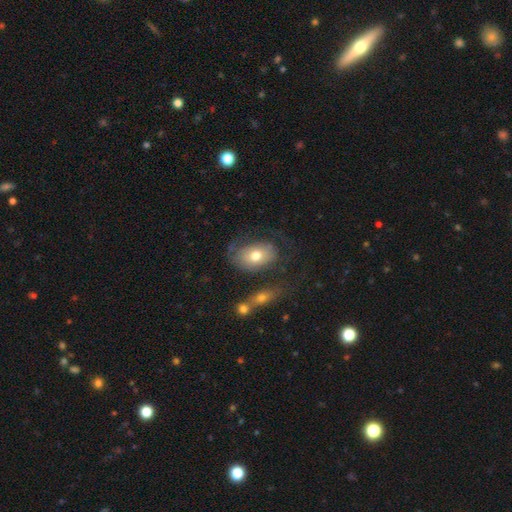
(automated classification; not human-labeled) This appears to be a smooth galaxy with no disk features (62%) that is in between round and cigar-shaped (83%). Merging: none (51%).